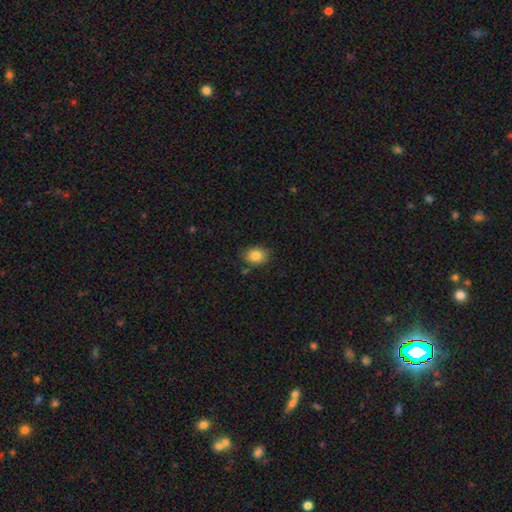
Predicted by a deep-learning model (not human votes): Q: Smooth or featured?
A: smooth (84%); runner-up: star or artifact (9%)
Q: How rounded?
A: in between (54%); runner-up: round (46%)
Q: Merging?
A: none (80%); runner-up: minor disturbance (14%)